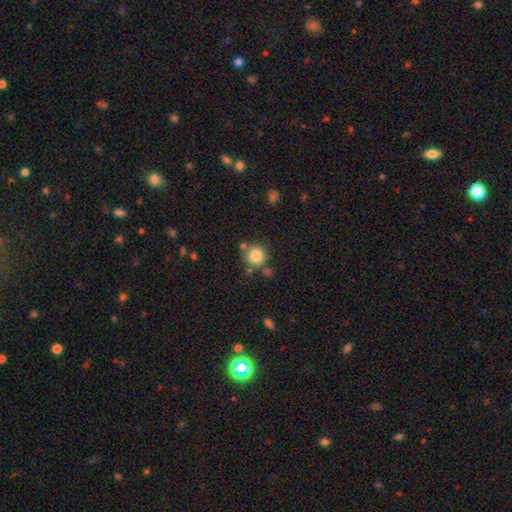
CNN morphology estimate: Smooth or featured? Predicted: smooth (p=0.83). How rounded? Predicted: round (p=0.92). Merging? Predicted: none (p=0.72).